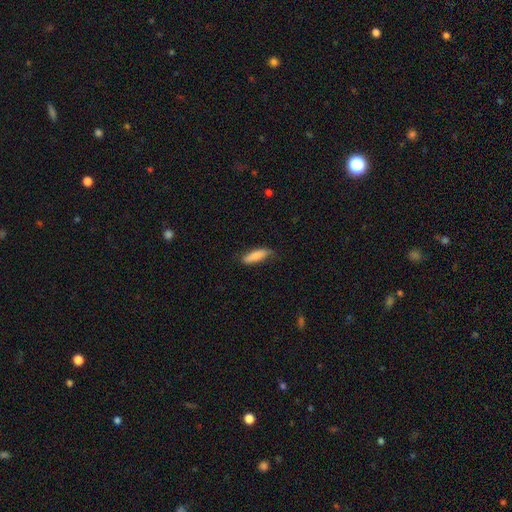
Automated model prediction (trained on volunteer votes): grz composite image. It shows a smooth galaxy with no disk features (82%) that is in between round and cigar-shaped (51%). Merging: none (69%).